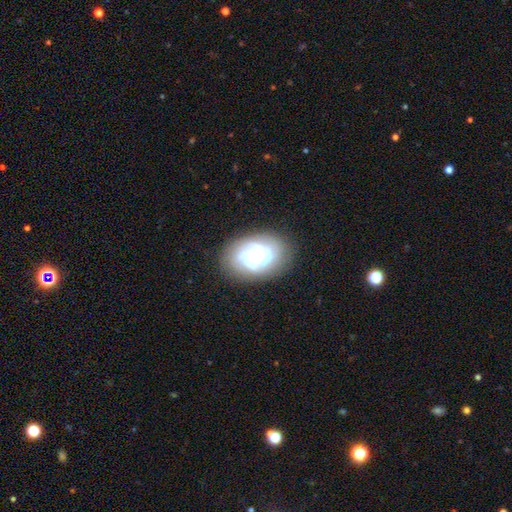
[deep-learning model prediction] A featured or disk galaxy (70%) with no bar (81%), tight (62%) spiral arms (80%) and a small central bulge (60%).

Vote fractions:
- Smooth or featured? featured or disk: 70% / smooth: 21% / star or artifact: 8%
- Edge-on disk? no: 97% / yes: 3%
- Bar? no: 81% / weak: 16% / strong: 4%
- Spiral arms? yes: 80% / no: 20%
- Spiral winding? tight: 62% / medium: 29% / loose: 9%
- Spiral arm count? can't tell: 37% / 3: 27% / 2: 15% / 4: 12% / 1: 5% / more than 4: 5%
- Bulge size? small: 60% / moderate: 27% / large: 5% / none: 5% / dominant: 2%
- Merging? none: 70% / minor disturbance: 17% / major disturbance: 9% / merger: 4%